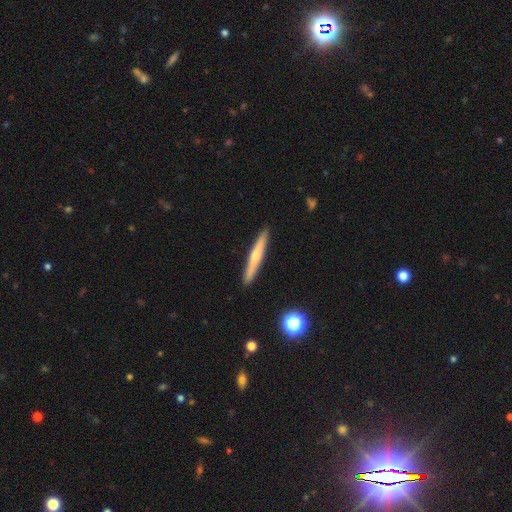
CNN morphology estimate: This appears to be a smooth galaxy with no disk features (52%) that is cigar-shaped (95%). Merging: none (91%).